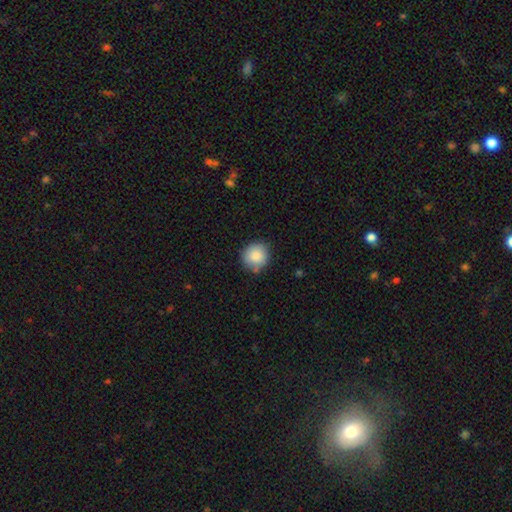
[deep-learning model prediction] This appears to be a smooth galaxy with no disk features (87%) that is round (89%). Merging: none (82%).